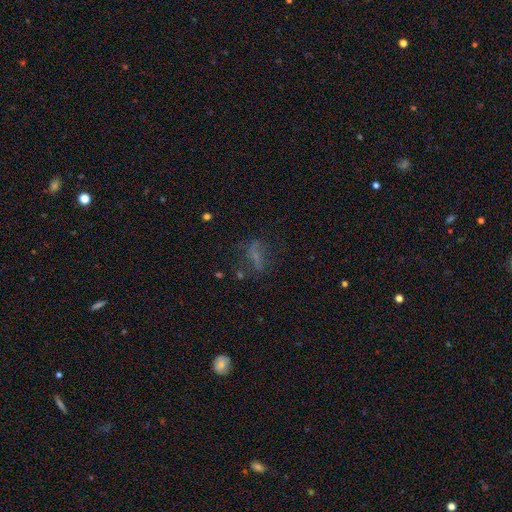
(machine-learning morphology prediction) A smooth galaxy with no disk features (46%). Merging: none (57%).